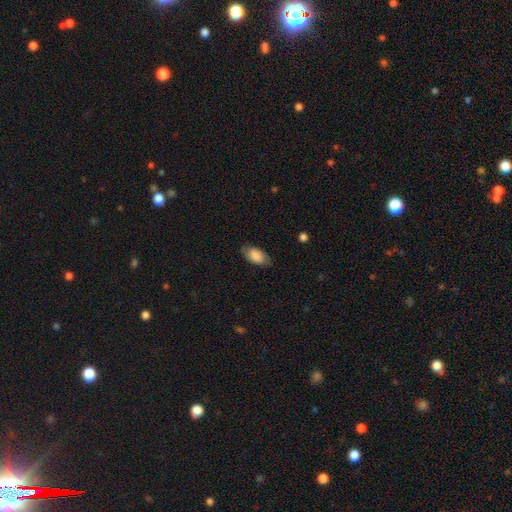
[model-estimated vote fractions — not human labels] A smooth galaxy with no disk features (74%) that is in between round and cigar-shaped (93%). Merging: none (77%).